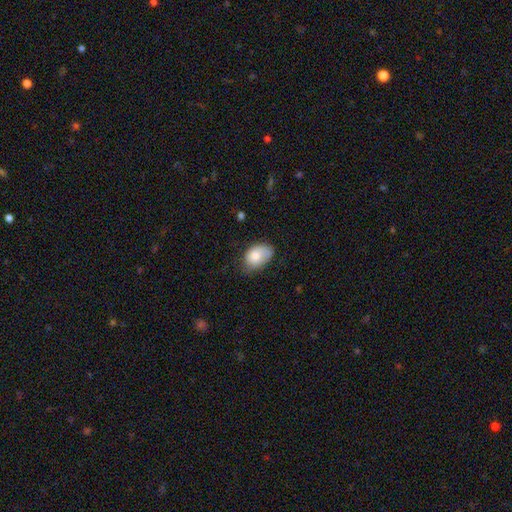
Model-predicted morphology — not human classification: Smooth or featured?
  - smooth: 78% *
  - featured or disk: 15%
  - star or artifact: 7%
How rounded?
  - in between: 85% *
  - round: 13%
  - cigar-shaped: 1%
Merging?
  - none: 53% *
  - minor disturbance: 36%
  - major disturbance: 9%
  - merger: 2%